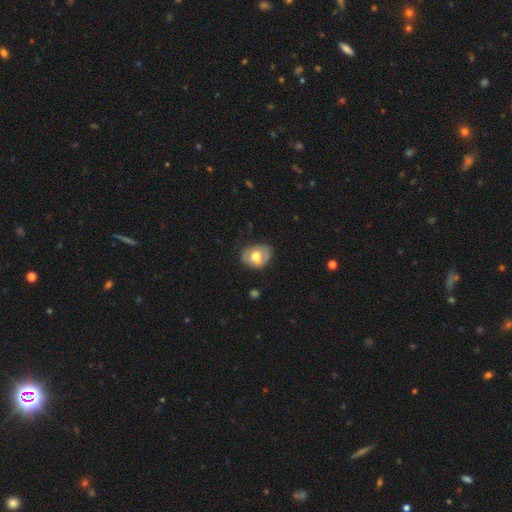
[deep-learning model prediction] Morphology: type=smooth (54%); roundness=in between (62%); merging=none (59%).